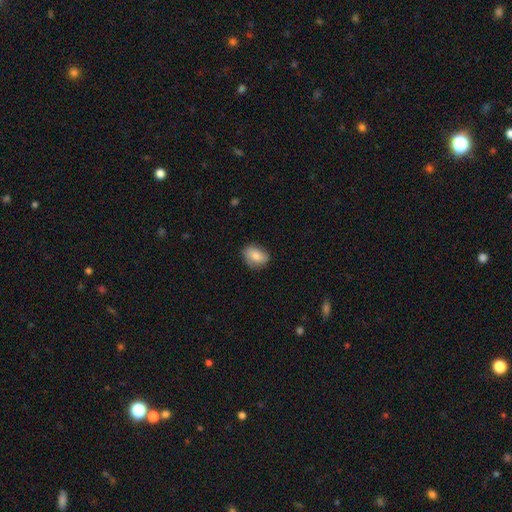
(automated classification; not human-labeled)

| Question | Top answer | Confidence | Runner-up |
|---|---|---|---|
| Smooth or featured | smooth | 81% | featured or disk (12%) |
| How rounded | in between | 68% | round (30%) |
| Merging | none | 81% | minor disturbance (15%) |